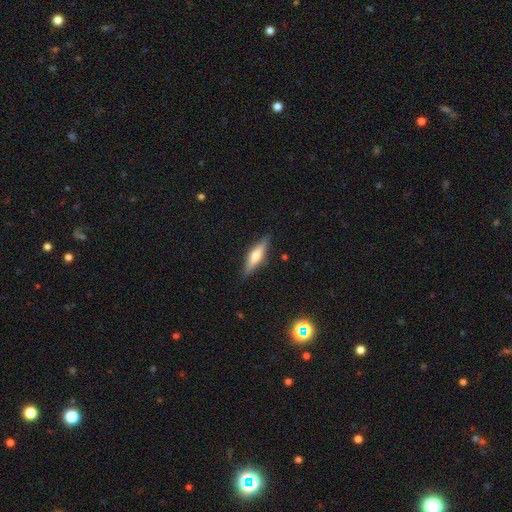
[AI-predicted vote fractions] Overall: smooth (47%; featured or disk 46%). Merging: none (87%).